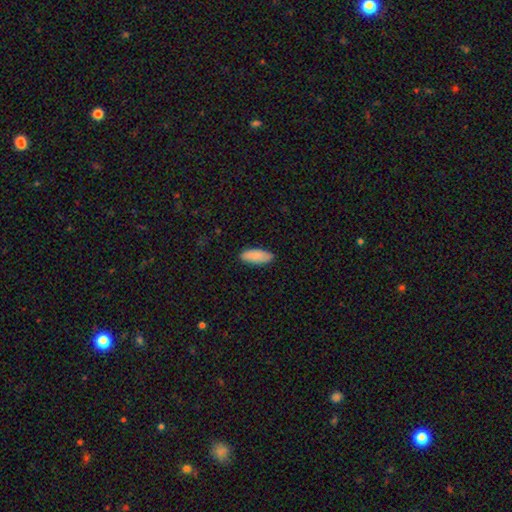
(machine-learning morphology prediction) type=smooth (88%); roundness=in between (81%); merging=none (88%).